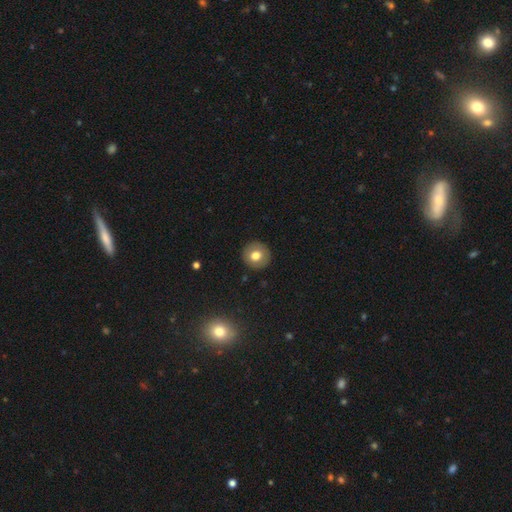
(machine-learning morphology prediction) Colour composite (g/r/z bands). It shows a smooth galaxy with no disk features (72%) that is round (94%). Merging: none (91%).